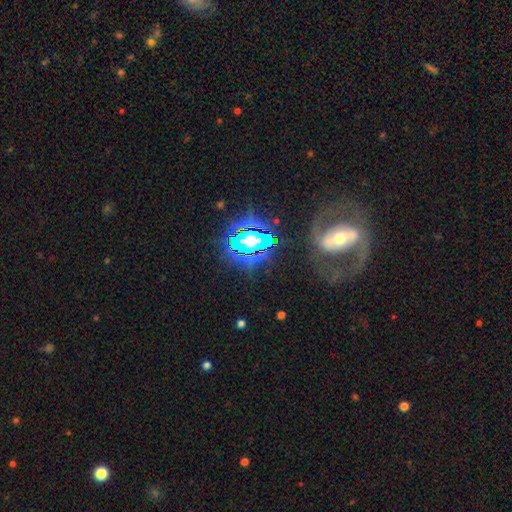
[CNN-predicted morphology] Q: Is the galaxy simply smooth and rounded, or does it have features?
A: featured or disk — 70%.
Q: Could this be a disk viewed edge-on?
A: no — 92%.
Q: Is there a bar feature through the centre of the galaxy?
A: strong — 52%.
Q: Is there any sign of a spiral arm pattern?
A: yes — 84%.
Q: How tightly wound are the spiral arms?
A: medium — 49%.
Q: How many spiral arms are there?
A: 2 — 85%.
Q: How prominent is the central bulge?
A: moderate — 50%.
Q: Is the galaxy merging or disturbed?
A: none — 70%.